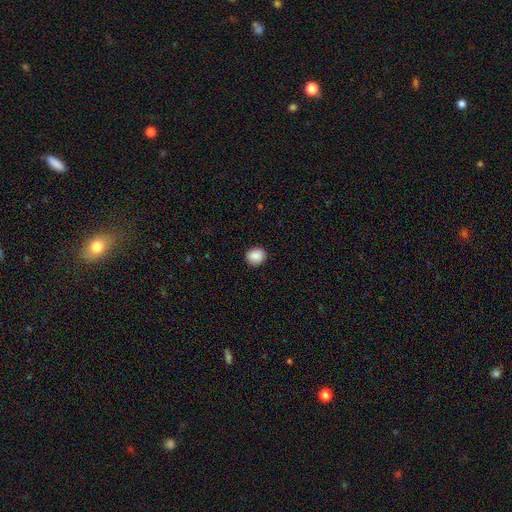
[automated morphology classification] This is clearly a smooth galaxy (87%). How rounded: likely round (76%). Merging: clearly none (89%).